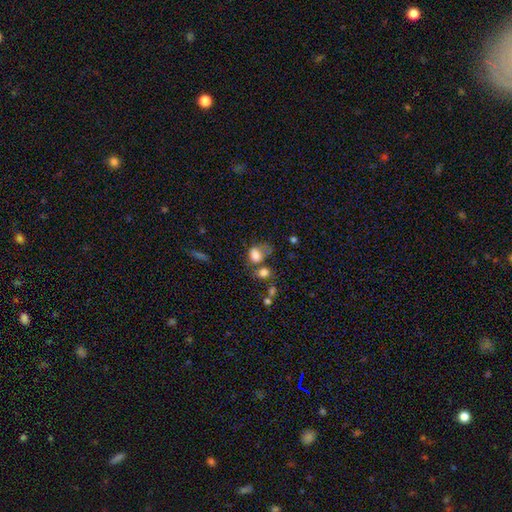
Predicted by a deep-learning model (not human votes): Smooth or featured? smooth (76%)
How rounded? in between (60%)
Merging? none (31%)